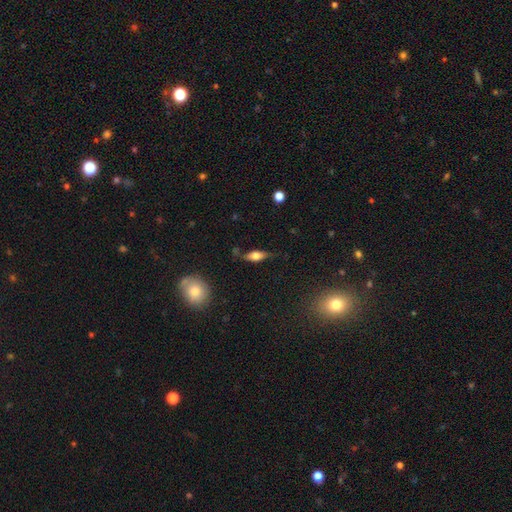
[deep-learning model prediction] Smooth or featured?
  - smooth: 55% *
  - featured or disk: 37%
  - star or artifact: 8%
How rounded?
  - in between: 67% *
  - cigar-shaped: 28%
  - round: 5%
Merging?
  - none: 68% *
  - minor disturbance: 23%
  - major disturbance: 6%
  - merger: 3%